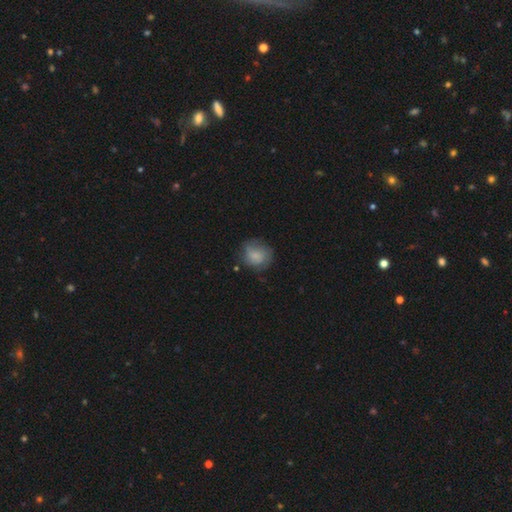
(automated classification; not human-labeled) Smooth or featured: smooth — 69% (featured or disk — 22%)
How rounded: round — 72% (in between — 27%)
Merging: none — 62% (minor disturbance — 26%)